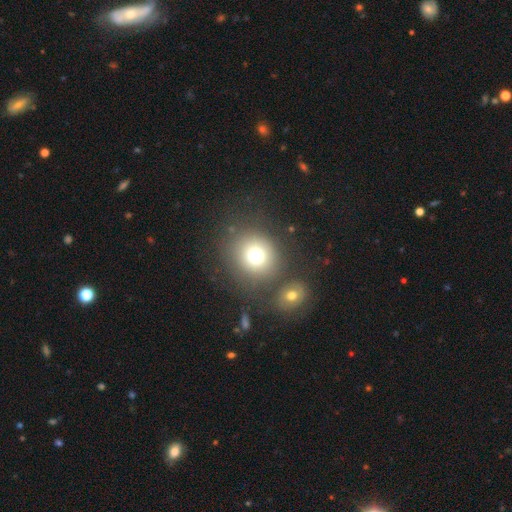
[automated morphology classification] smooth 73%, star or artifact 14%, featured or disk 12%. Down the decision tree: how rounded — round (86%); merging — none (72%).